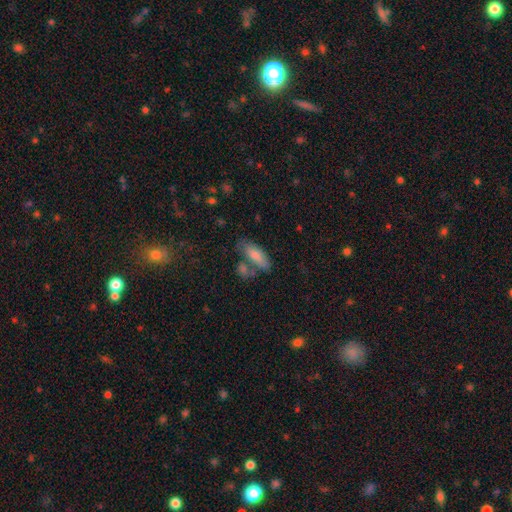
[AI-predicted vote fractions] A smooth galaxy with no disk features (80%) that is in between round and cigar-shaped (69%).

Vote fractions:
- Smooth or featured? smooth: 80% / featured or disk: 13% / star or artifact: 7%
- How rounded? in between: 69% / cigar-shaped: 28% / round: 2%
- Merging? none: 55% / merger: 20% / minor disturbance: 18% / major disturbance: 7%